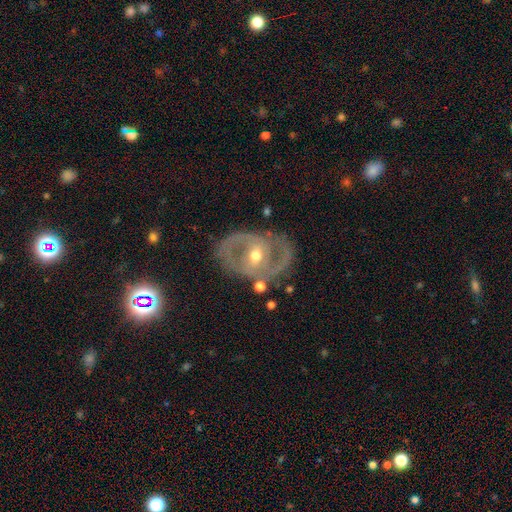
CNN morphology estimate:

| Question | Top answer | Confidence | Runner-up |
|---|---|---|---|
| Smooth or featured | featured or disk | 83% | smooth (11%) |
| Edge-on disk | no | 95% | yes (5%) |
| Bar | weak | 42% | no (36%) |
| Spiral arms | yes | 76% | no (24%) |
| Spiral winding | medium | 45% | tight (38%) |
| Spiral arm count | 2 | 75% | can't tell (13%) |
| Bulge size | moderate | 70% | small (25%) |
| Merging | none | 72% | minor disturbance (16%) |